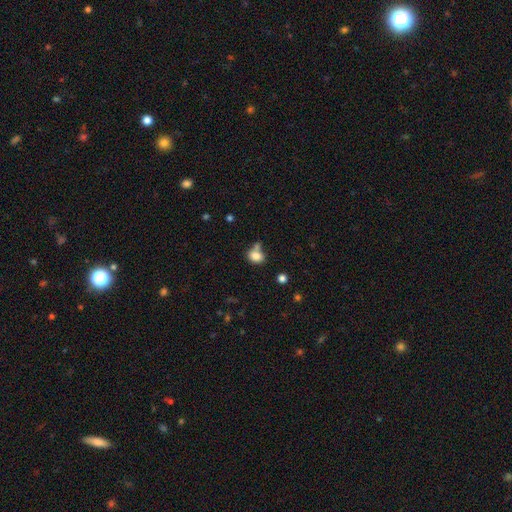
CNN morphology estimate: Q: Smooth or featured?
A: smooth (82%); runner-up: star or artifact (10%)
Q: How rounded?
A: in between (62%); runner-up: round (37%)
Q: Merging?
A: none (49%); runner-up: merger (28%)